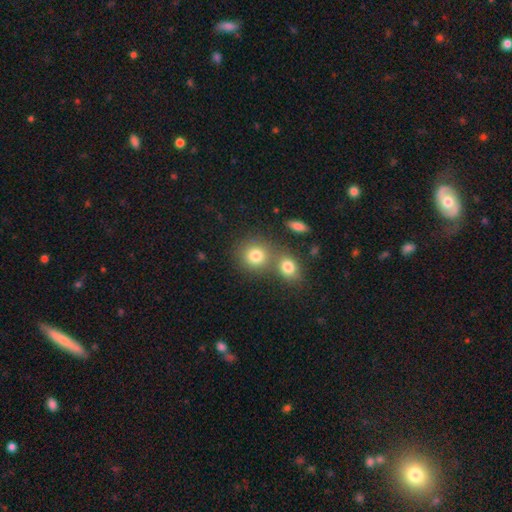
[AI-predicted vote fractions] A smooth galaxy with no disk features (79%) that is round (83%).

Vote fractions:
- Smooth or featured? smooth: 79% / star or artifact: 11% / featured or disk: 9%
- How rounded? round: 83% / in between: 16% / cigar-shaped: 1%
- Merging? none: 52% / merger: 37% / minor disturbance: 8% / major disturbance: 3%